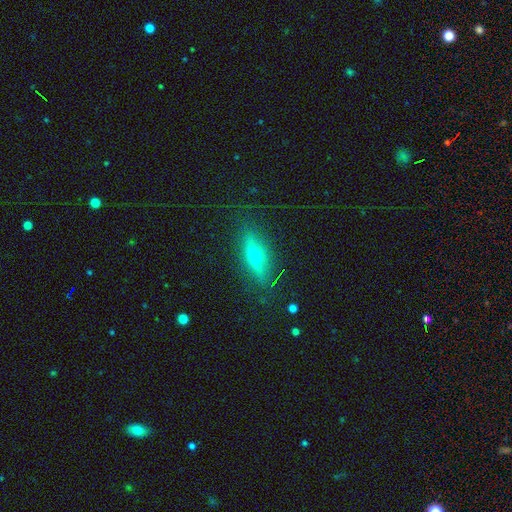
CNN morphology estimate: A featured or disk galaxy (52%) viewed edge-on (89%). Merging: none (85%).